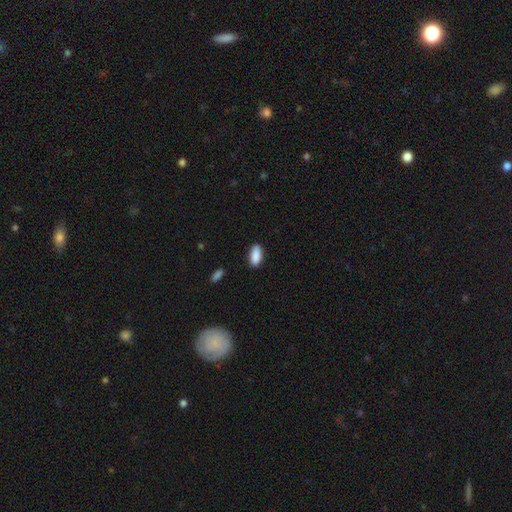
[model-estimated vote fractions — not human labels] Overall: smooth (90%). How rounded: in between (86%). Merging: none (86%).